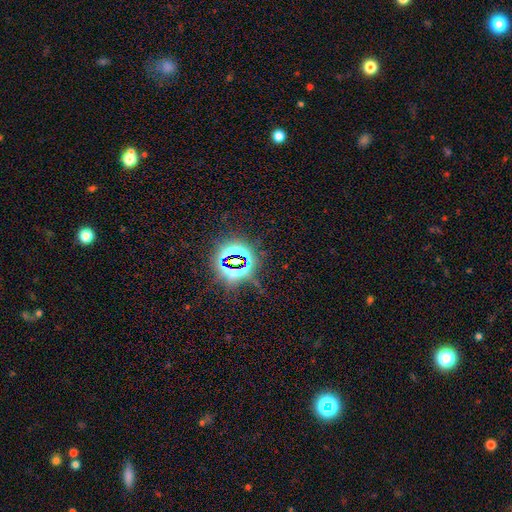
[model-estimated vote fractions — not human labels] smooth-or-featured: star or artifact: 82% | smooth: 11% | featured or disk: 7%